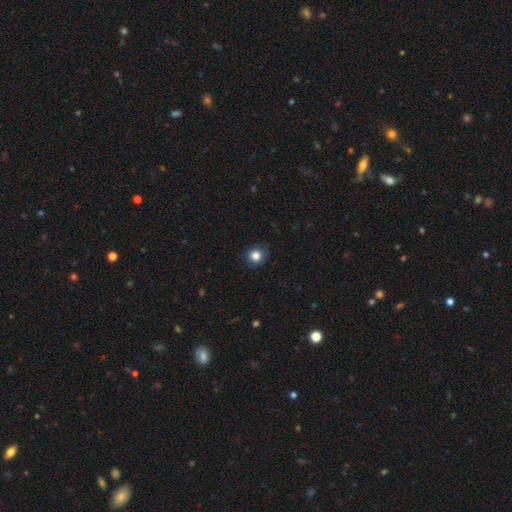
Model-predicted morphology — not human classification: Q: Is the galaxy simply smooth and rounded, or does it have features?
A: smooth — 84%.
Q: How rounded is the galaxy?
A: round — 88%.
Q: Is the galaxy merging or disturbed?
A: none — 87%.